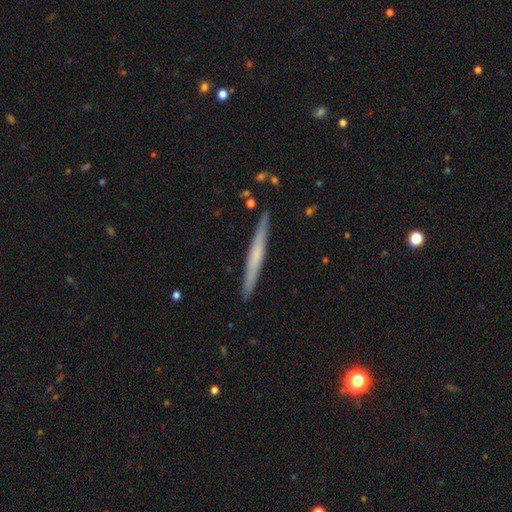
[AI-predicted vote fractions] This appears to be a featured or disk galaxy (50%) viewed edge-on (96%). Merging: none (90%).